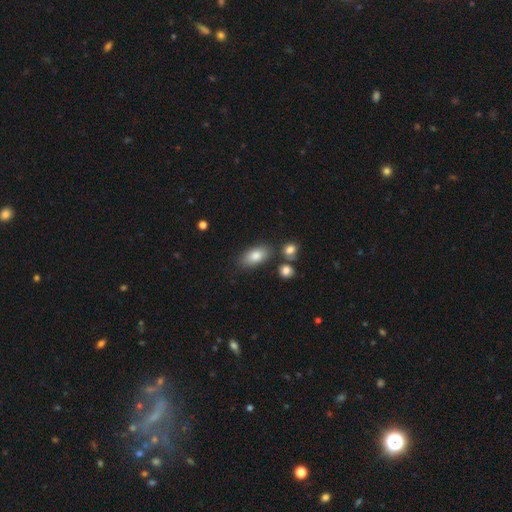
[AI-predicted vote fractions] Smooth or featured: smooth — 81% (featured or disk — 11%)
How rounded: in between — 89% (cigar-shaped — 6%)
Merging: none — 78% (minor disturbance — 12%)